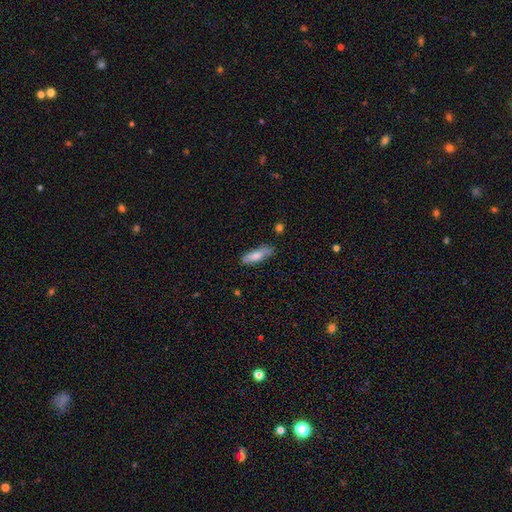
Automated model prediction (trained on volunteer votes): smooth 78%, featured or disk 16%, star or artifact 6%. Down the decision tree: how rounded — in between (50%); merging — none (72%).